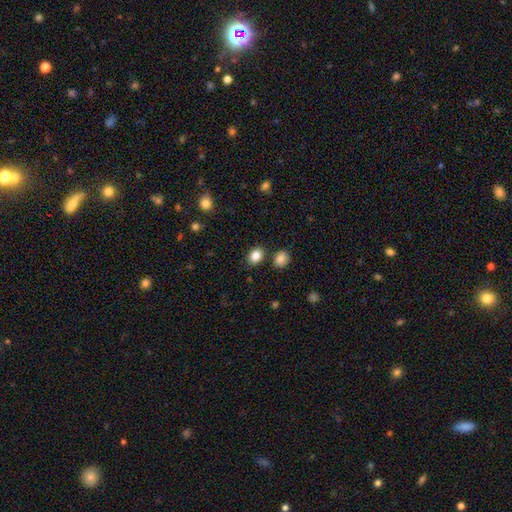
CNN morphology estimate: Overall: smooth (86%). How rounded: in between (66%; round 32%). Merging: none (82%).